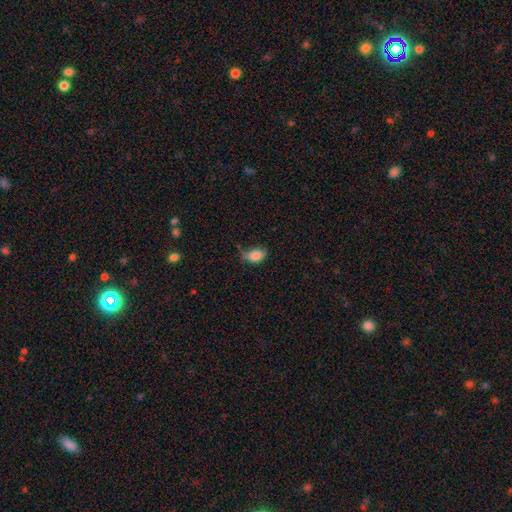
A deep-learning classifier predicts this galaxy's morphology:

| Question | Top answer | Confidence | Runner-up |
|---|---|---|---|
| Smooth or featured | smooth | 84% | star or artifact (8%) |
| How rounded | in between | 85% | round (13%) |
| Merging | none | 45% | minor disturbance (40%) |